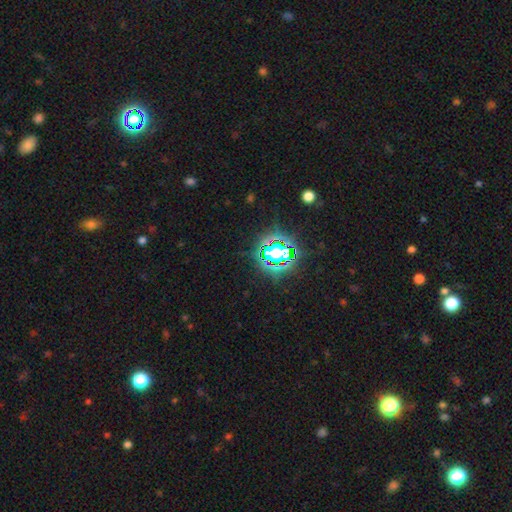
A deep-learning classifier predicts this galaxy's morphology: smooth-or-featured: star or artifact: 81% | smooth: 12% | featured or disk: 7%